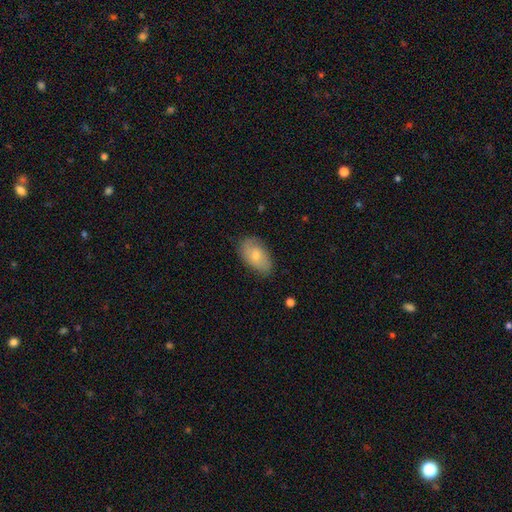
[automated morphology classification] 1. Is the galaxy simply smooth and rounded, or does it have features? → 68% smooth, 26% featured or disk, 6% star or artifact.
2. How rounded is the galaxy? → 92% in between, 7% round, 2% cigar-shaped.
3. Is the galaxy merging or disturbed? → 75% none, 20% minor disturbance, 4% major disturbance, 1% merger.